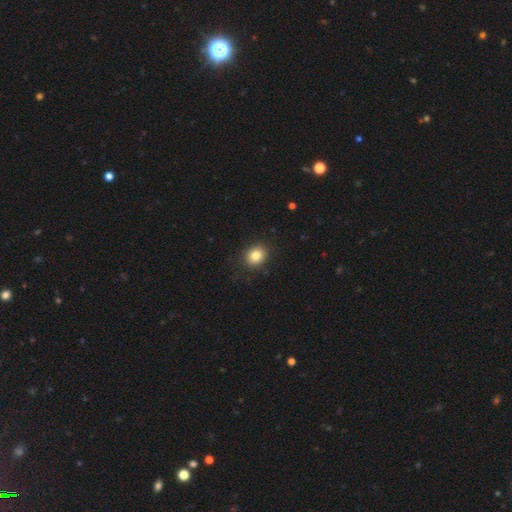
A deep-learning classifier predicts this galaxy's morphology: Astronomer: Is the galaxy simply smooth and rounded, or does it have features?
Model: smooth — 83%.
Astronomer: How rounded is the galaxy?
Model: round — 68%.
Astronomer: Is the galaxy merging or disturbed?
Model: none — 88%.